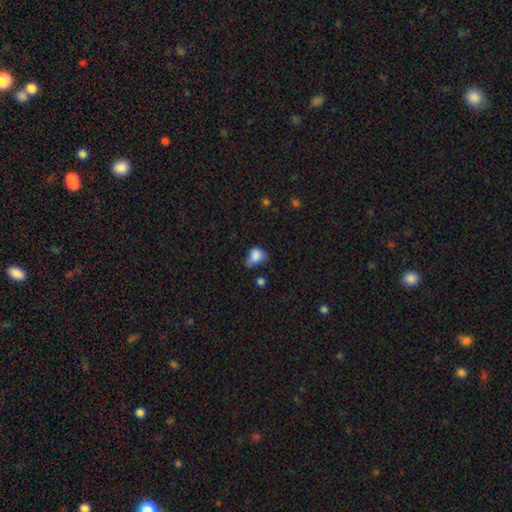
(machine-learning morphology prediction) Smooth or featured? smooth (82%)
How rounded? in between (52%)
Merging? minor disturbance (44%)